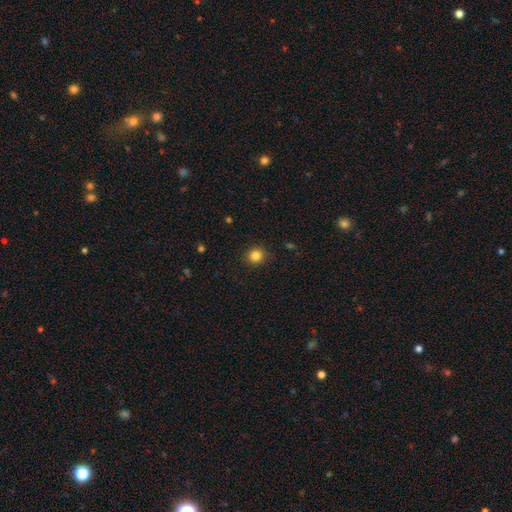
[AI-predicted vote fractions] Morphology: type=smooth (84%); roundness=round (88%); merging=none (88%).